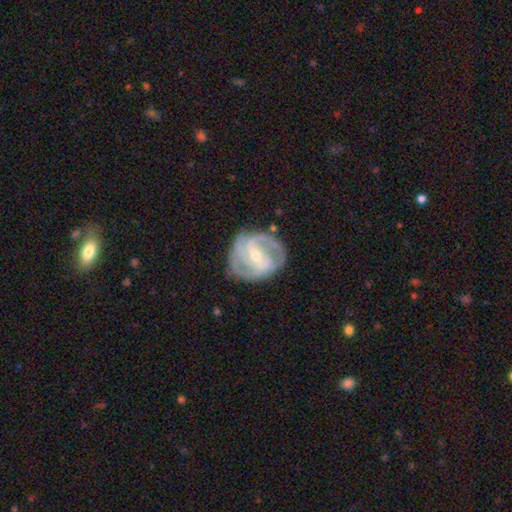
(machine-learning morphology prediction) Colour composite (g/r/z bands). It shows a featured or disk galaxy (88%) with a weak bar (42%), 2 (46%) tight (50%) spiral arms (95%) and a small central bulge (51%). Merging: none (76%).